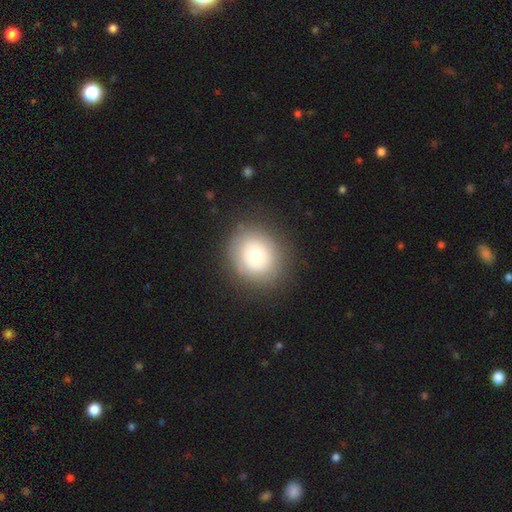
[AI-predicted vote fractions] This is likely a smooth galaxy (68%). How rounded: clearly round (84%). Merging: clearly none (85%).